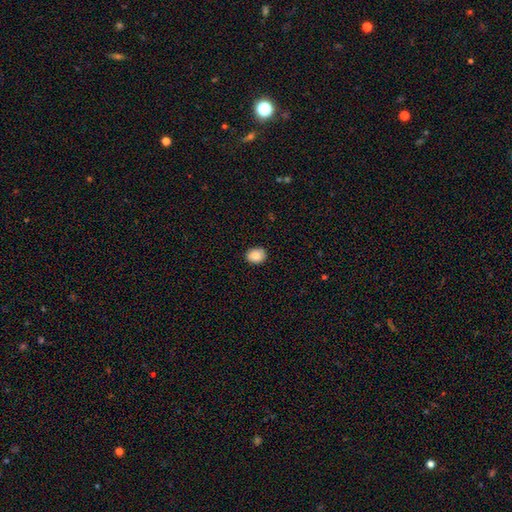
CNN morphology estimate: A smooth galaxy with no disk features (89%) that is in between round and cigar-shaped (51%).

Vote fractions:
- Smooth or featured? smooth: 89% / star or artifact: 8% / featured or disk: 3%
- How rounded? in between: 51% / round: 48% / cigar-shaped: 1%
- Merging? none: 87% / minor disturbance: 10% / major disturbance: 2% / merger: 1%